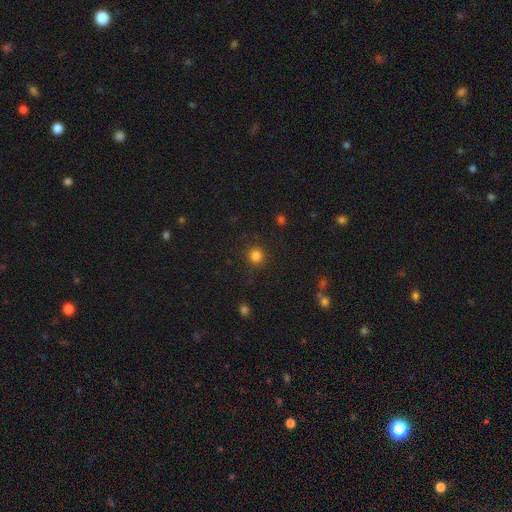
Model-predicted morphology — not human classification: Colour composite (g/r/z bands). It shows a smooth galaxy with no disk features (82%) that is round (92%). Merging: none (89%).